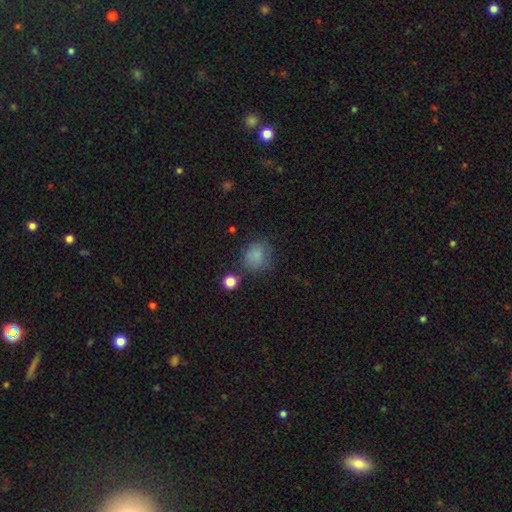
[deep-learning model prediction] Smooth or featured? smooth (79%)
How rounded? round (77%)
Merging? none (69%)